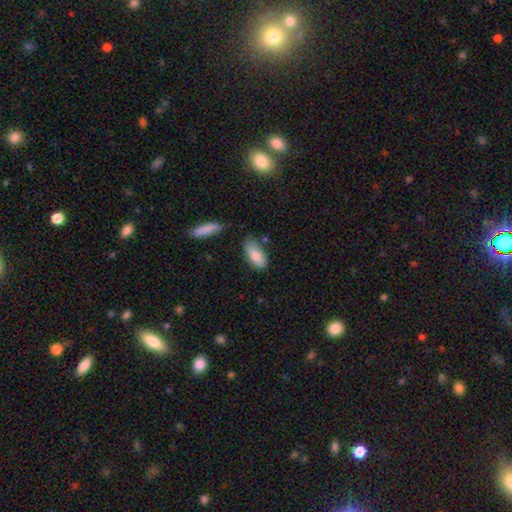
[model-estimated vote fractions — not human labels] This is clearly a smooth galaxy (84%). How rounded: clearly in between (89%). Merging: likely none (66%).